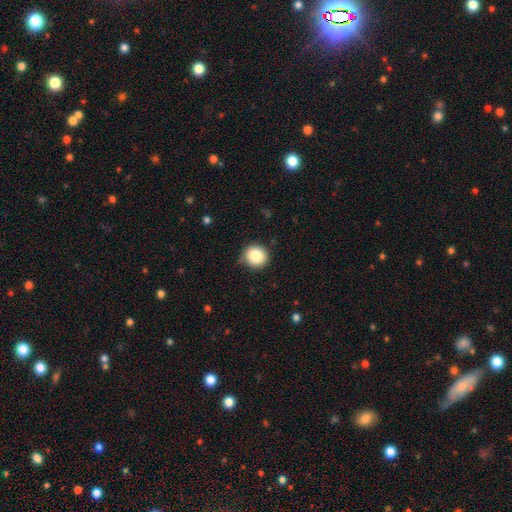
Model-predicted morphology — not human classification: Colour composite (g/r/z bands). It shows a smooth galaxy with no disk features (84%) that is round (92%). Merging: none (79%).